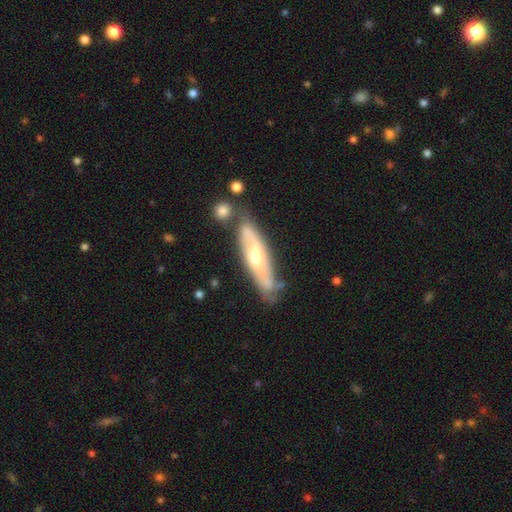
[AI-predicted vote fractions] Overall: featured or disk (68%). Edge-on disk: no (63%; yes 37%). Merging: none (59%; minor disturbance 21%).